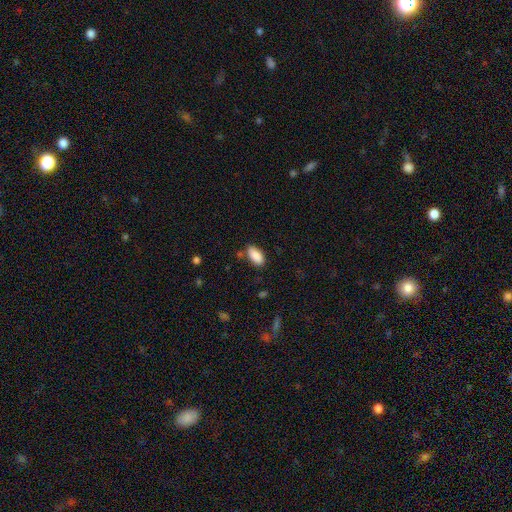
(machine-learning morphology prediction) Overall: smooth (88%). How rounded: in between (91%). Merging: none (80%).